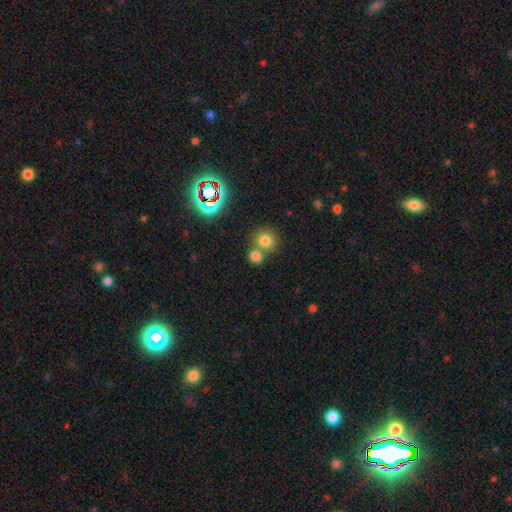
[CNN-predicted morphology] This is likely a smooth galaxy (73%). How rounded: likely round (67%). Merging: possibly none (50%).